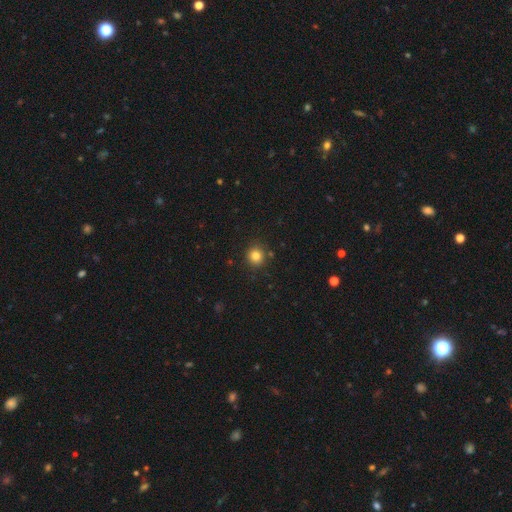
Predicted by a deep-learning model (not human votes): Morphology: type=smooth (83%); roundness=round (92%); merging=none (88%).